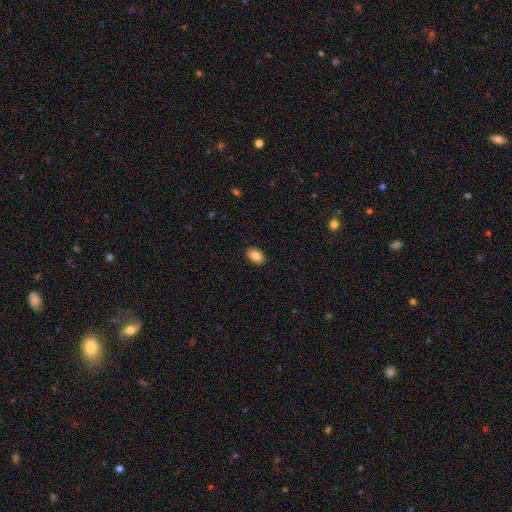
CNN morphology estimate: Overall: smooth (85%). How rounded: in between (87%). Merging: none (89%).